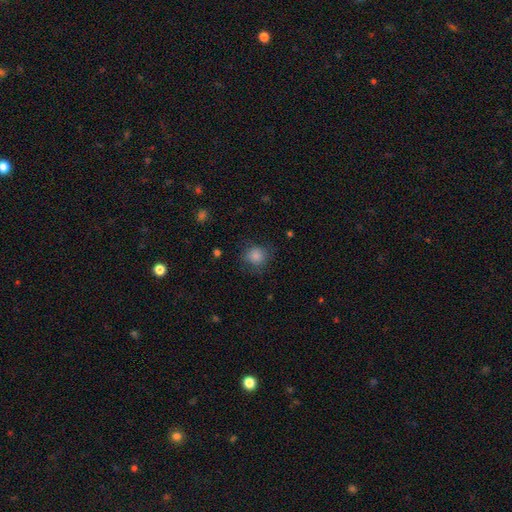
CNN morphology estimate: A smooth galaxy with no disk features (84%) that is round (86%).

Vote fractions:
- Smooth or featured? smooth: 84% / star or artifact: 9% / featured or disk: 6%
- How rounded? round: 86% / in between: 14% / cigar-shaped: 1%
- Merging? none: 75% / minor disturbance: 17% / major disturbance: 7% / merger: 1%